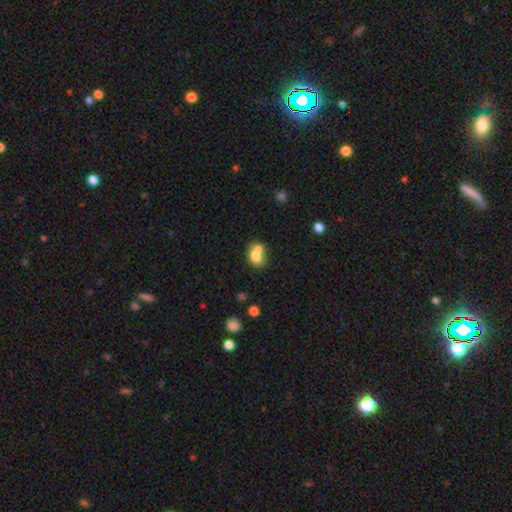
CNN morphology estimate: Smooth or featured? Predicted: smooth (p=0.72). How rounded? Predicted: round (p=0.50). Merging? Predicted: merger (p=0.56).